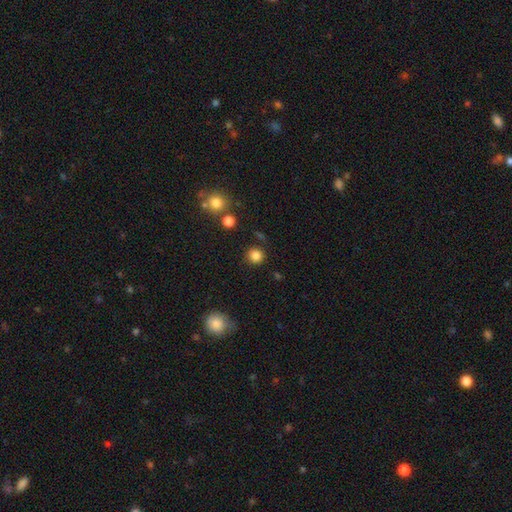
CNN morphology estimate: This appears to be a smooth galaxy with no disk features (83%) that is round (92%). Merging: none (86%).